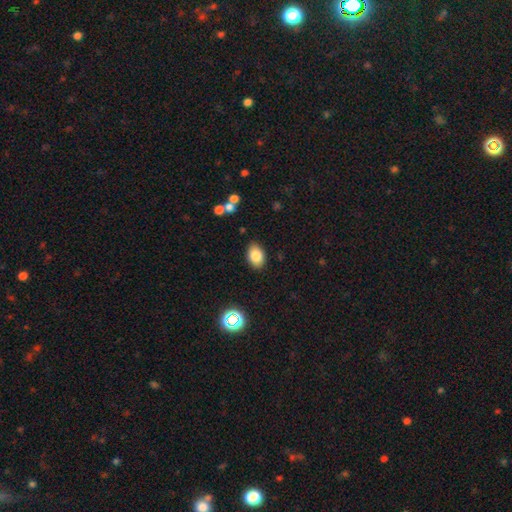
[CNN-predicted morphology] Overall: smooth (83%). How rounded: in between (83%). Merging: none (86%).